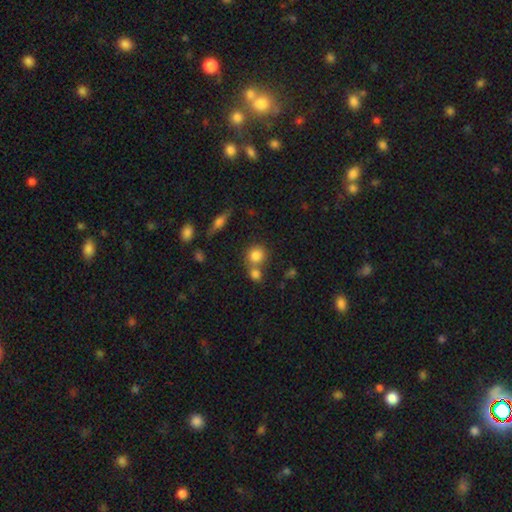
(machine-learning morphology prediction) smooth_or_featured: smooth (p=0.80) [alt: star or artifact p=0.11]
how_rounded: round (p=0.80) [alt: in between p=0.18]
merging: none (p=0.52) [alt: merger p=0.36]